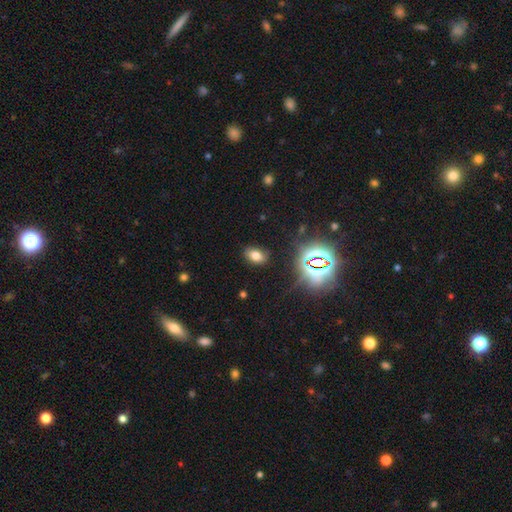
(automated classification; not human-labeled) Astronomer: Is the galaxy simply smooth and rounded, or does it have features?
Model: smooth — 66%.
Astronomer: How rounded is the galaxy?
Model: in between — 82%.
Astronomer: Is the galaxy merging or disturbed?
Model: none — 84%.